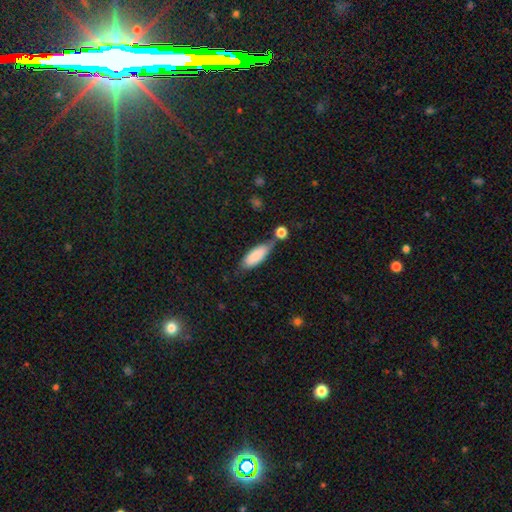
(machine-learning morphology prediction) Q: Smooth or featured?
A: smooth (84%); runner-up: featured or disk (10%)
Q: How rounded?
A: in between (73%); runner-up: cigar-shaped (25%)
Q: Merging?
A: none (50%); runner-up: minor disturbance (24%)